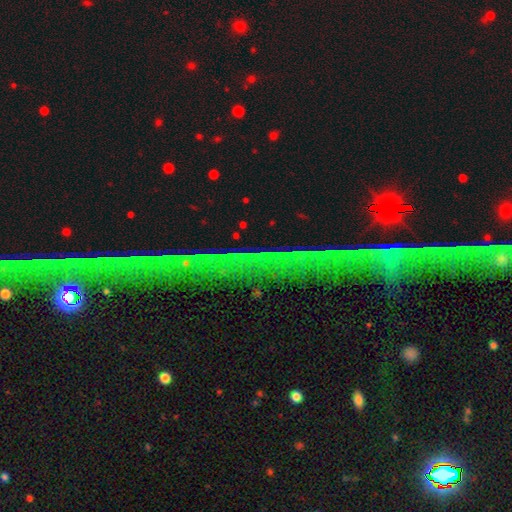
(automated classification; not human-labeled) A star or artifact, not a galaxy (74%).